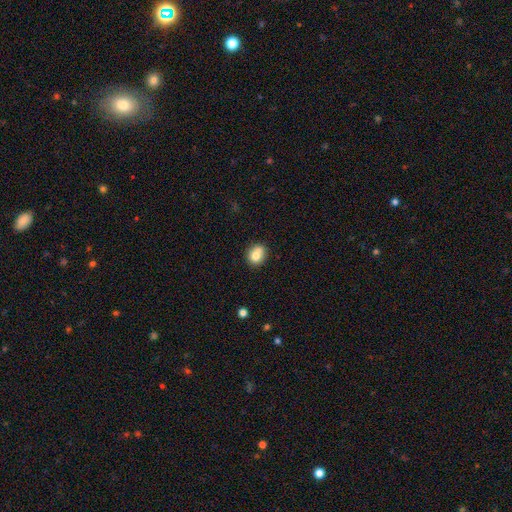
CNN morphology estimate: Smooth or featured? Predicted: smooth (p=0.75). How rounded? Predicted: round (p=0.70). Merging? Predicted: none (p=0.56).